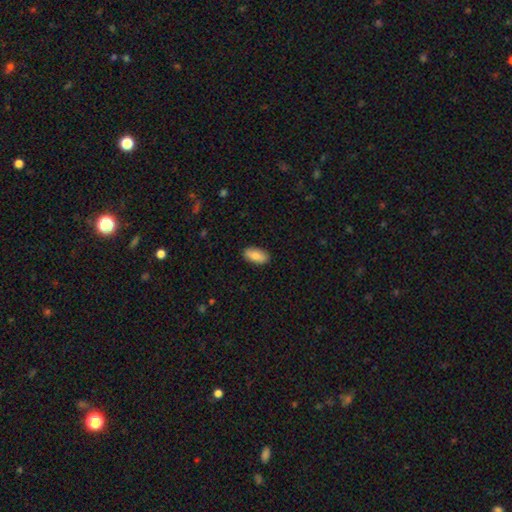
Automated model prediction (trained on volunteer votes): smooth-or-featured: smooth: 81% | featured or disk: 13% | star or artifact: 6%
  how-rounded: in between: 92% | cigar-shaped: 6% | round: 3%
  merging: none: 89% | minor disturbance: 9% | major disturbance: 2% | merger: 1%